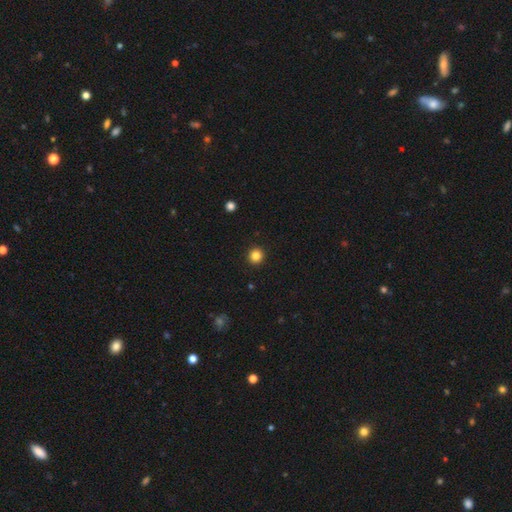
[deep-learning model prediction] smooth_or_featured: smooth (p=0.84) [alt: star or artifact p=0.12]
how_rounded: round (p=0.94) [alt: in between p=0.05]
merging: none (p=0.93) [alt: minor disturbance p=0.04]